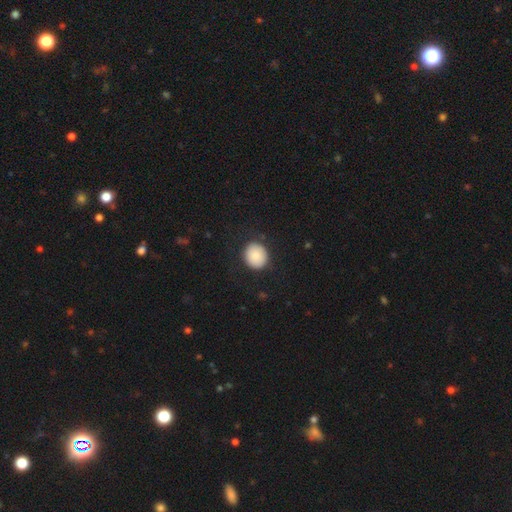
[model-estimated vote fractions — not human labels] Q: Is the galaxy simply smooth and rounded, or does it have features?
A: smooth — 86%.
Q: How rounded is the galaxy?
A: round — 79%.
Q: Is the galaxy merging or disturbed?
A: none — 84%.